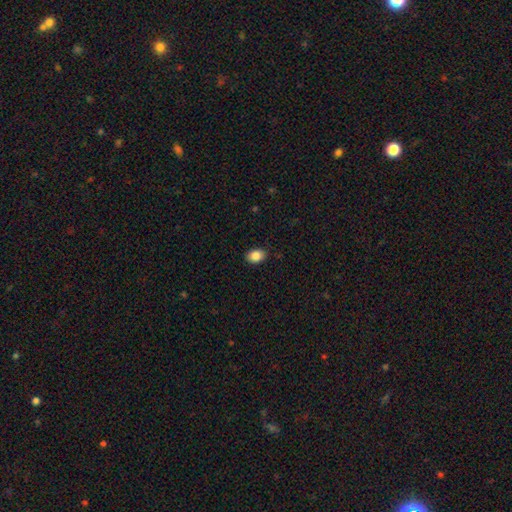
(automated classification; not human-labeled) A smooth galaxy with no disk features (87%) that is in between round and cigar-shaped (79%). Merging: none (88%).